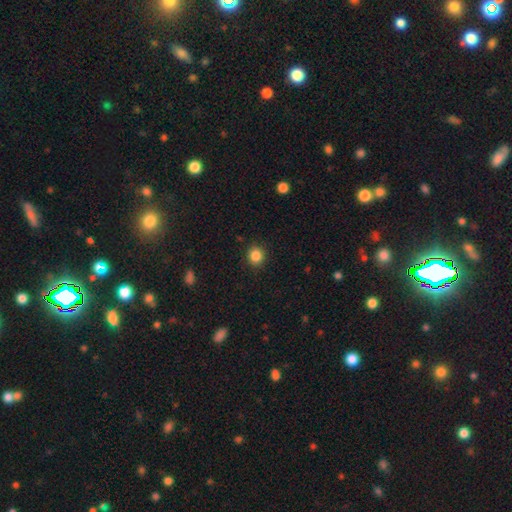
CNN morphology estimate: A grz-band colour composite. It shows a smooth galaxy with no disk features (86%) that is round (85%). Merging: none (90%).